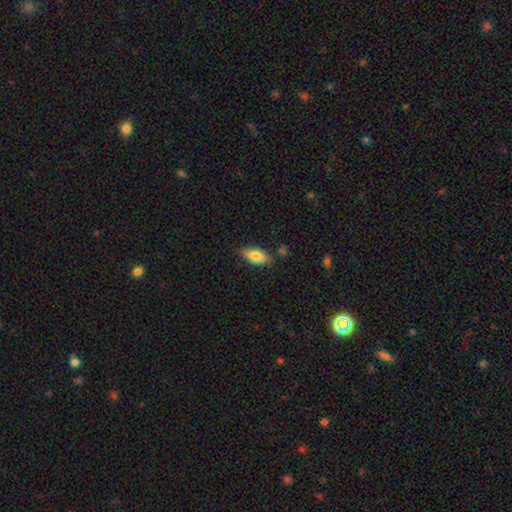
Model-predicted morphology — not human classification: smooth-or-featured: smooth: 79% | featured or disk: 14% | star or artifact: 7%
  how-rounded: in between: 84% | cigar-shaped: 13% | round: 3%
  merging: none: 78% | minor disturbance: 16% | merger: 3% | major disturbance: 3%